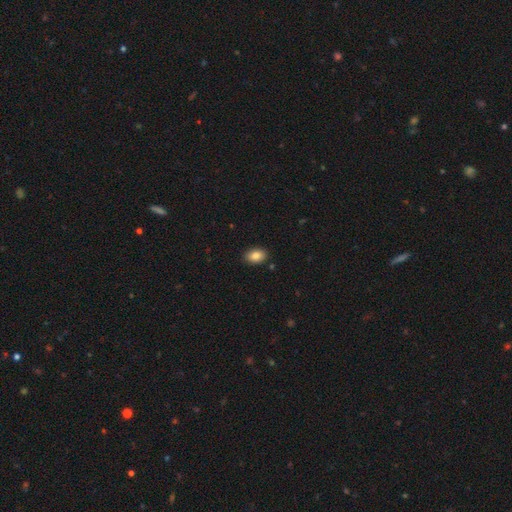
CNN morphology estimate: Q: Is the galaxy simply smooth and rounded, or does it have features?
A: smooth — 85%.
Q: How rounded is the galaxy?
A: in between — 86%.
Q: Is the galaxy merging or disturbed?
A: none — 88%.